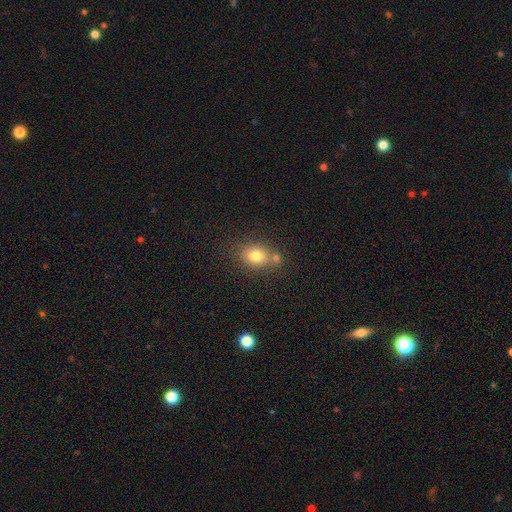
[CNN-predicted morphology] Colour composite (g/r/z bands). It shows a smooth galaxy with no disk features (76%) that is round (53%). Merging: none (60%).